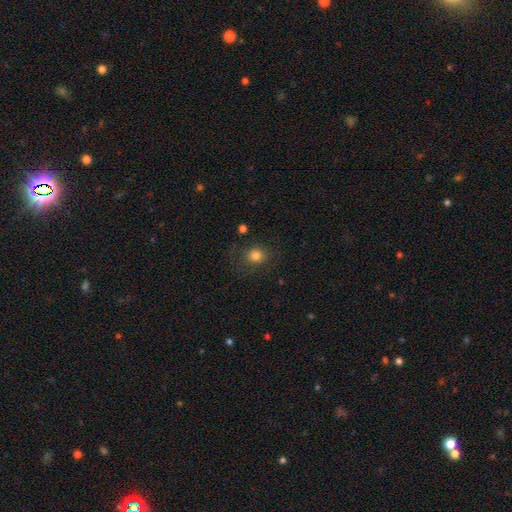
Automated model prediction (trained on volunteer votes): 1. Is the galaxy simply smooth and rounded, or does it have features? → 81% smooth, 12% star or artifact, 7% featured or disk.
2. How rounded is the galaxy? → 81% round, 18% in between, 1% cigar-shaped.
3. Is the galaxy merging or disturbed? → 78% none, 13% minor disturbance, 7% major disturbance, 2% merger.